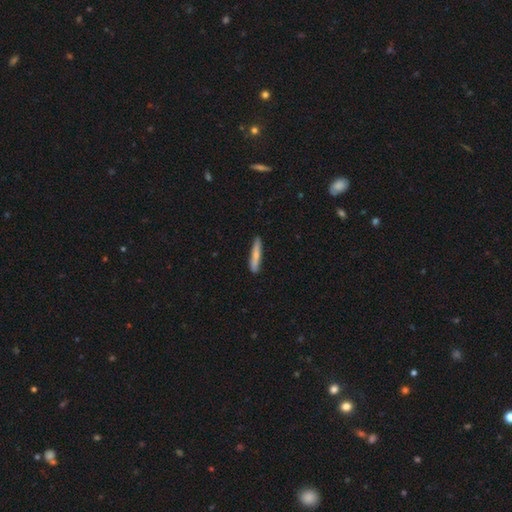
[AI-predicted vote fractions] A smooth galaxy with no disk features (70%) that is cigar-shaped (92%).

Vote fractions:
- Smooth or featured? smooth: 70% / featured or disk: 25% / star or artifact: 5%
- How rounded? cigar-shaped: 92% / in between: 7% / round: 2%
- Merging? none: 87% / minor disturbance: 10% / major disturbance: 2% / merger: 1%